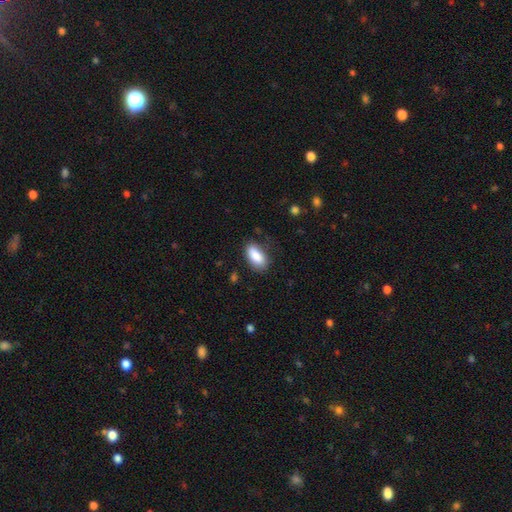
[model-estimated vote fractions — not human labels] A smooth galaxy with no disk features (87%) that is in between round and cigar-shaped (90%). Merging: none (77%).